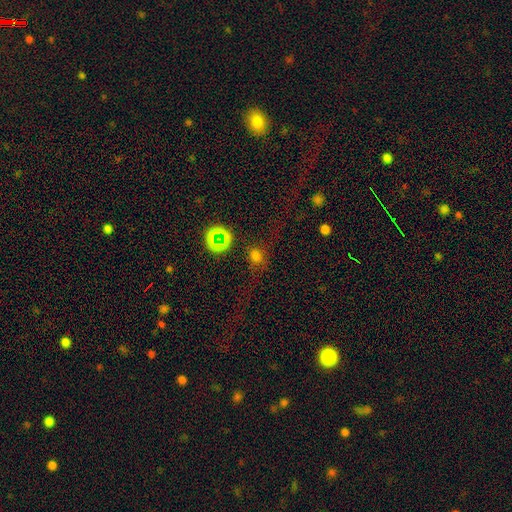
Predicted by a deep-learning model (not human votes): Overall: smooth (63%; star or artifact 30%). How rounded: round (65%; in between 34%). Merging: none (69%).